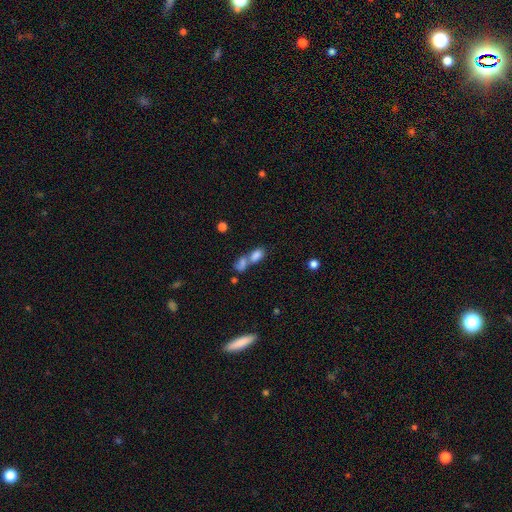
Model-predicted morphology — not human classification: This is likely a smooth galaxy (78%). How rounded: clearly in between (85%). Merging: likely merger (69%).